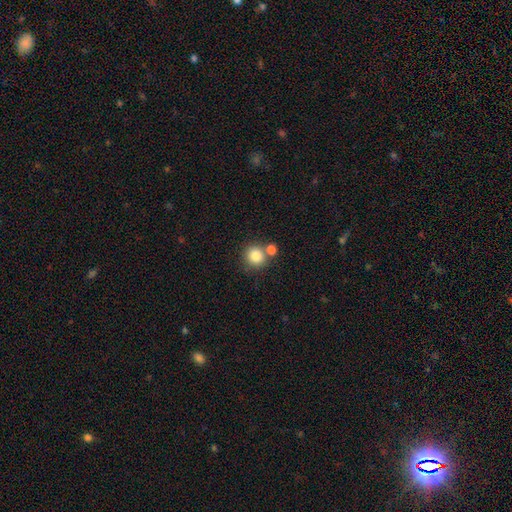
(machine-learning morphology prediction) Smooth or featured?
  - smooth: 83% *
  - star or artifact: 10%
  - featured or disk: 7%
How rounded?
  - round: 89% *
  - in between: 10%
  - cigar-shaped: 1%
Merging?
  - none: 64% *
  - merger: 25%
  - minor disturbance: 9%
  - major disturbance: 3%